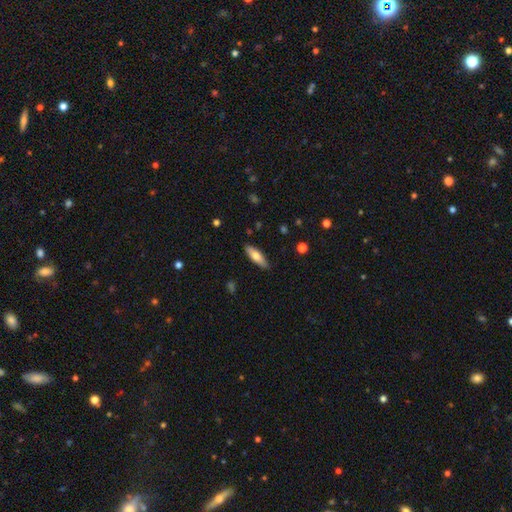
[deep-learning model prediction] smooth-or-featured: smooth: 67% | featured or disk: 27% | star or artifact: 6%
  how-rounded: in between: 51% | cigar-shaped: 47% | round: 2%
  merging: none: 87% | minor disturbance: 10% | major disturbance: 2% | merger: 1%